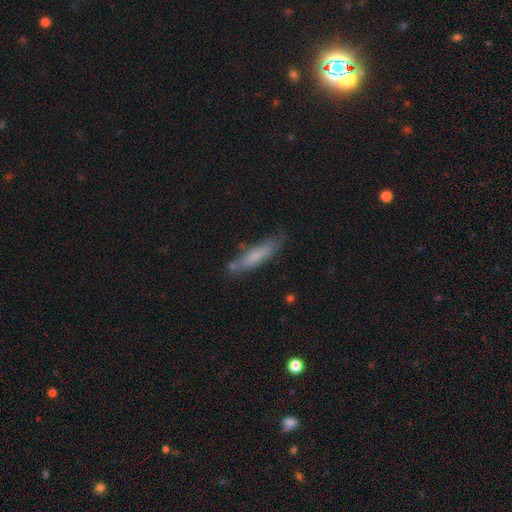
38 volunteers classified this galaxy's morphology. smooth-or-featured: smooth: 84% | featured or disk: 13% | star or artifact: 3%
  how-rounded: cigar-shaped: 91% | in between: 9% | round: 0%
  merging: none: 62% | minor disturbance: 24% | major disturbance: 8% | merger: 5%